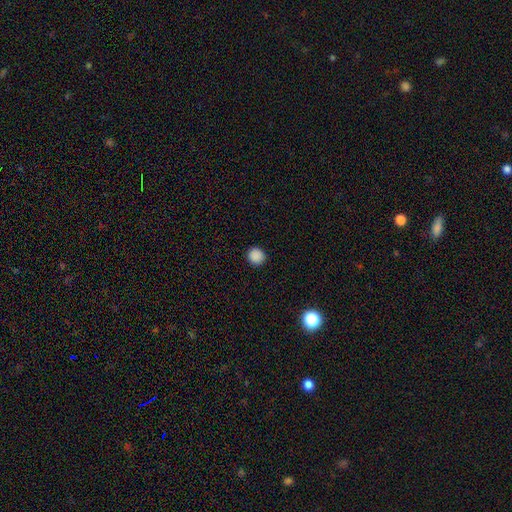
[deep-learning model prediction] Morphology: type=smooth (88%); roundness=round (91%); merging=none (92%).